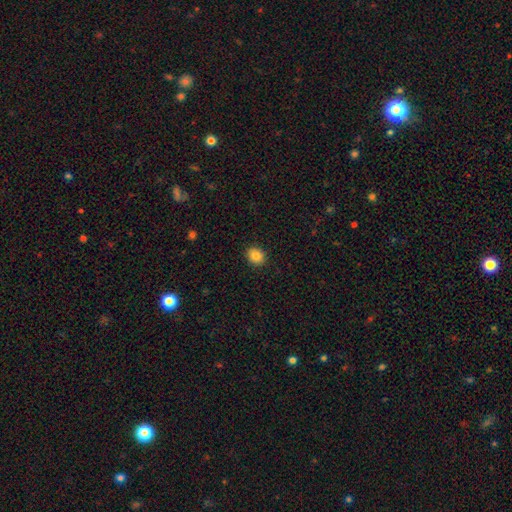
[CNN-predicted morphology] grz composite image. It shows a smooth galaxy with no disk features (85%) that is round (70%). Merging: none (91%).